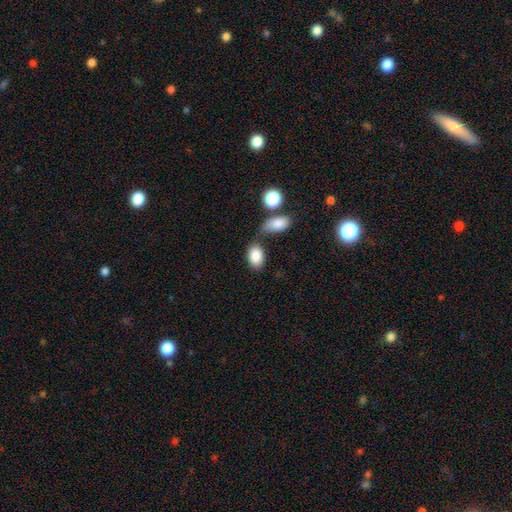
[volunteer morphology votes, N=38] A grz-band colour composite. It shows a smooth galaxy with no disk features (82%) that is in between round and cigar-shaped (77%). Merging: none (51%).